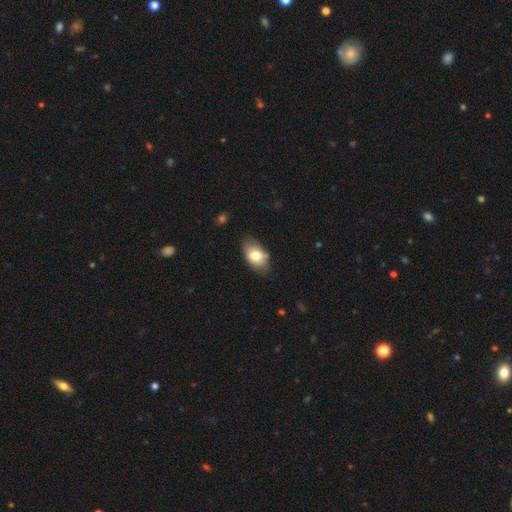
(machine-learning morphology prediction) A smooth galaxy with no disk features (77%) that is in between round and cigar-shaped (90%). Merging: none (76%).